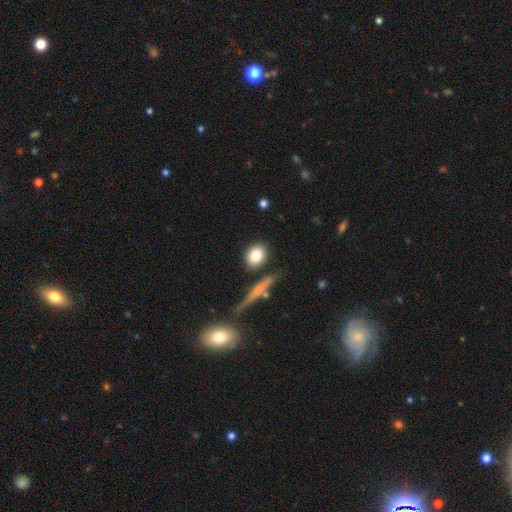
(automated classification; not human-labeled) smooth-or-featured: smooth: 81% | featured or disk: 10% | star or artifact: 8%
  how-rounded: round: 58% | in between: 38% | cigar-shaped: 4%
  merging: none: 80% | minor disturbance: 11% | merger: 6% | major disturbance: 4%